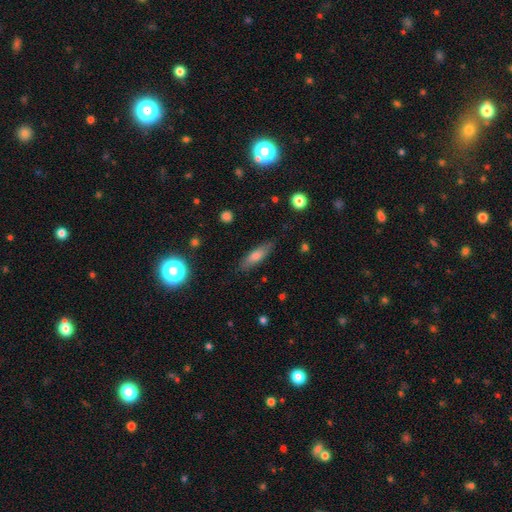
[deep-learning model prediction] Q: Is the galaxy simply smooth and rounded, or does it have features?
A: smooth — 63%.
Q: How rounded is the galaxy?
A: cigar-shaped — 60%.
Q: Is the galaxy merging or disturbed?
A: none — 84%.